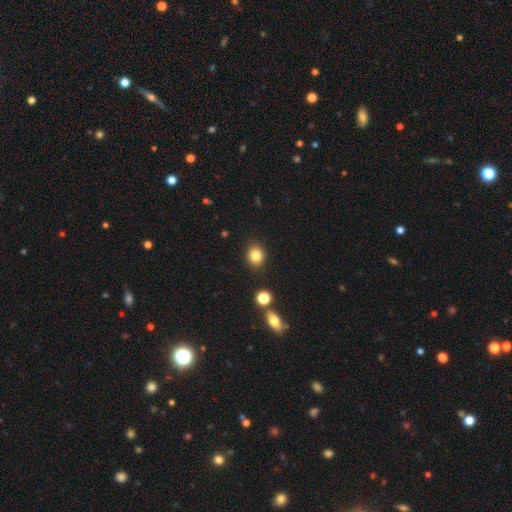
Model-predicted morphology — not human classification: Smooth or featured?
  - smooth: 83% *
  - star or artifact: 11%
  - featured or disk: 6%
How rounded?
  - round: 71% *
  - in between: 28%
  - cigar-shaped: 1%
Merging?
  - none: 87% *
  - minor disturbance: 8%
  - merger: 3%
  - major disturbance: 2%